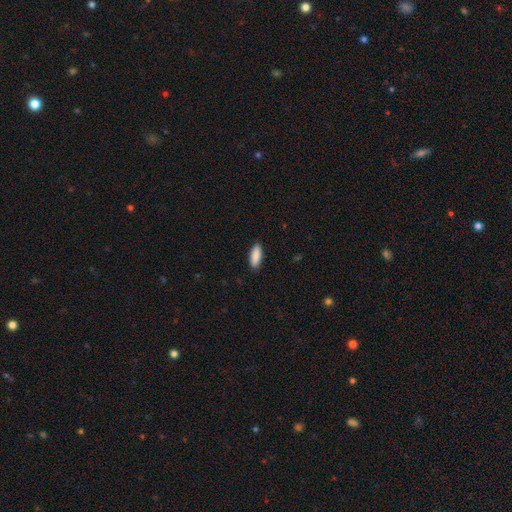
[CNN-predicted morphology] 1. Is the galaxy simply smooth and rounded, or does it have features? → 90% smooth, 6% star or artifact, 4% featured or disk.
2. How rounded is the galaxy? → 70% in between, 28% cigar-shaped, 2% round.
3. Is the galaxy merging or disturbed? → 90% none, 8% minor disturbance, 2% major disturbance, 1% merger.